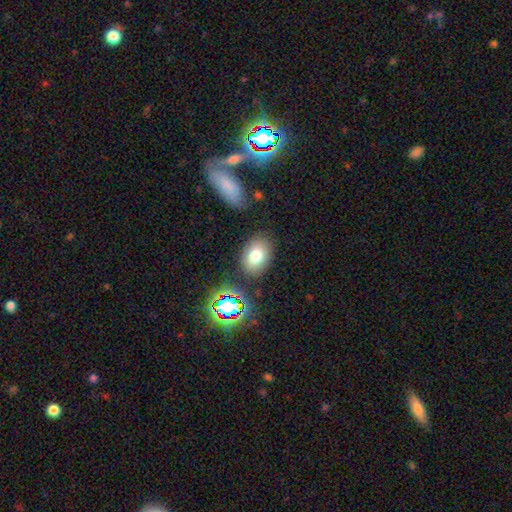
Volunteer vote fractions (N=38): smooth_or_featured: smooth (p=0.84) [alt: featured or disk p=0.08]
how_rounded: in between (p=0.88) [alt: round p=0.12]
merging: none (p=0.89) [alt: minor disturbance p=0.06]